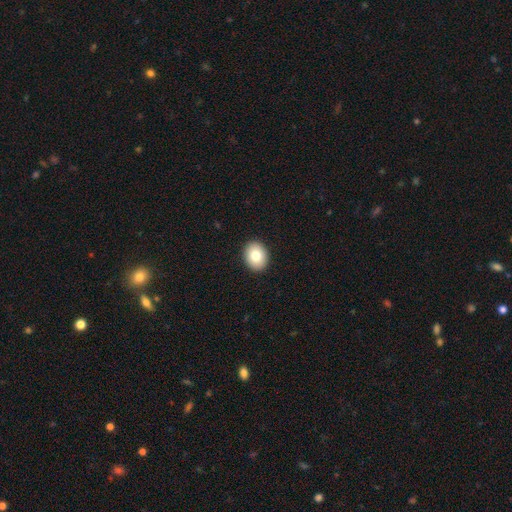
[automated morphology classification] A smooth galaxy with no disk features (81%) that is in between round and cigar-shaped (52%). Merging: none (92%).